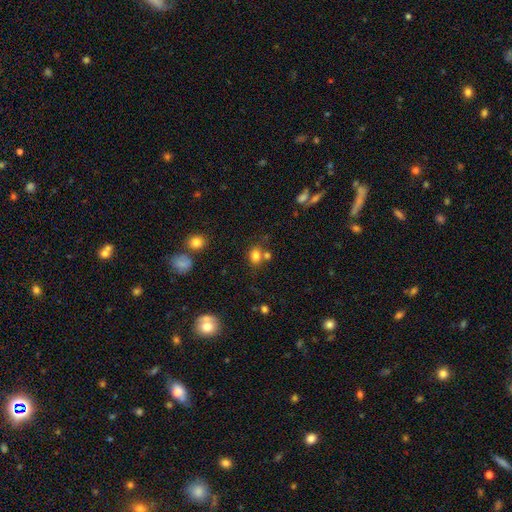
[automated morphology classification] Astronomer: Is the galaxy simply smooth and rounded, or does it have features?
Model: smooth — 78%.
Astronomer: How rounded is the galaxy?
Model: round — 53% (runner-up: in between, 46%).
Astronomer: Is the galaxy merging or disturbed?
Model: none — 59%.